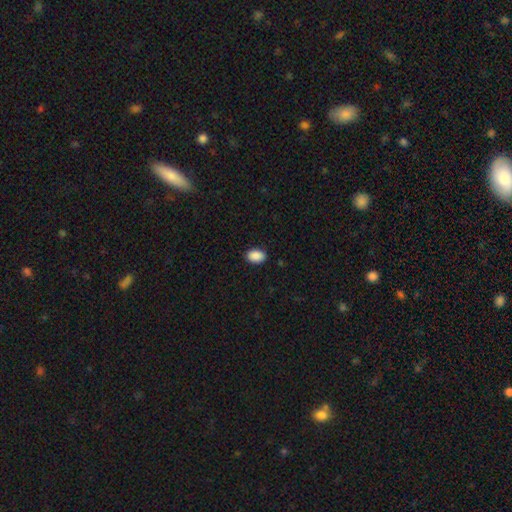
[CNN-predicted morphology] smooth 90%, star or artifact 7%, featured or disk 2%. Down the decision tree: how rounded — in between (88%); merging — none (89%).